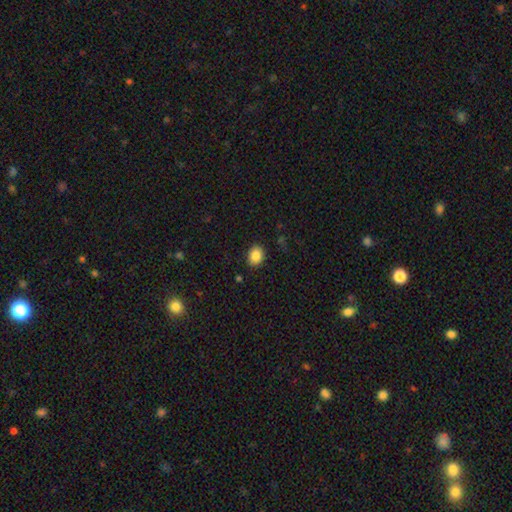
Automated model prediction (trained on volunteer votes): Smooth or featured? Predicted: smooth (p=0.86). How rounded? Predicted: in between (p=0.60). Merging? Predicted: none (p=0.87).